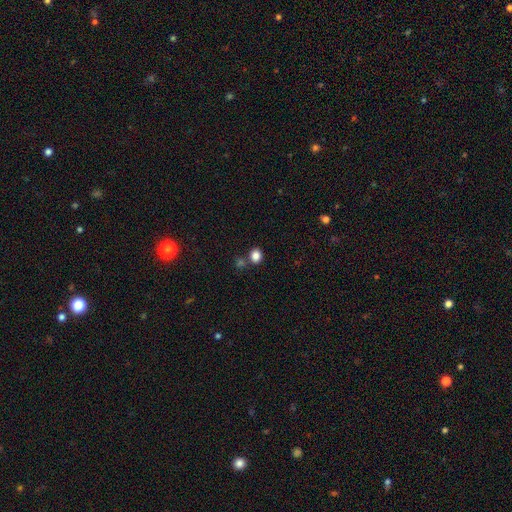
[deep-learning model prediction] smooth-or-featured: smooth: 84% | star or artifact: 12% | featured or disk: 4%
  how-rounded: round: 69% | in between: 30% | cigar-shaped: 1%
  merging: none: 72% | merger: 15% | minor disturbance: 10% | major disturbance: 3%